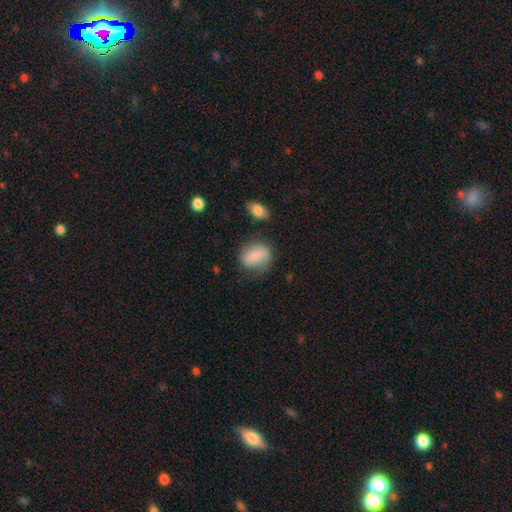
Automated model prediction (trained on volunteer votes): This is likely a smooth galaxy (73%). How rounded: likely in between (61%). Merging: likely none (63%).